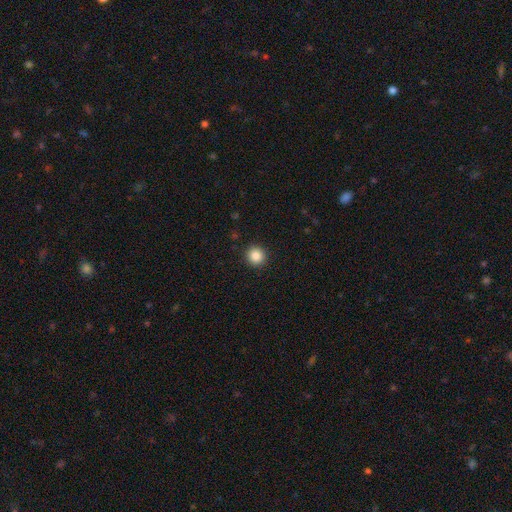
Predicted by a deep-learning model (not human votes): A smooth galaxy with no disk features (87%) that is round (95%).

Vote fractions:
- Smooth or featured? smooth: 87% / star or artifact: 10% / featured or disk: 4%
- How rounded? round: 95% / in between: 4% / cigar-shaped: 1%
- Merging? none: 92% / minor disturbance: 5% / major disturbance: 2% / merger: 1%